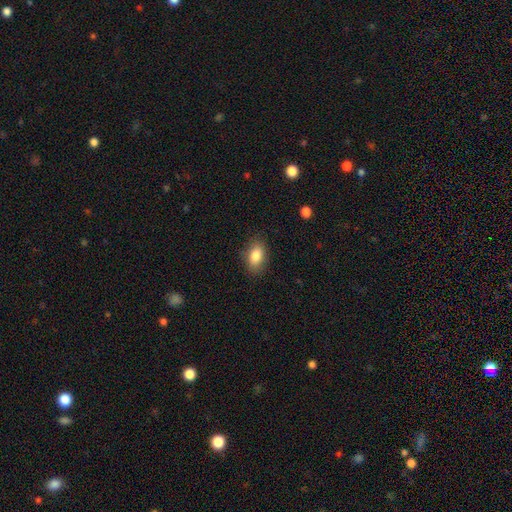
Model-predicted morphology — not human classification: Q: Smooth or featured?
A: smooth (84%); runner-up: star or artifact (8%)
Q: How rounded?
A: in between (88%); runner-up: round (10%)
Q: Merging?
A: none (85%); runner-up: minor disturbance (11%)